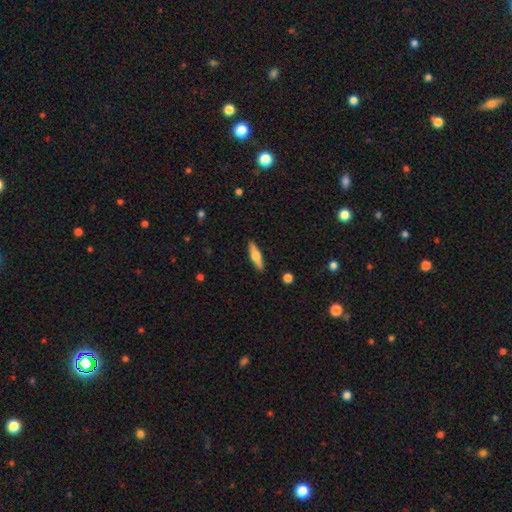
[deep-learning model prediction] Q: Smooth or featured?
A: smooth (49%); runner-up: featured or disk (45%)
Q: Merging?
A: none (90%); runner-up: minor disturbance (7%)